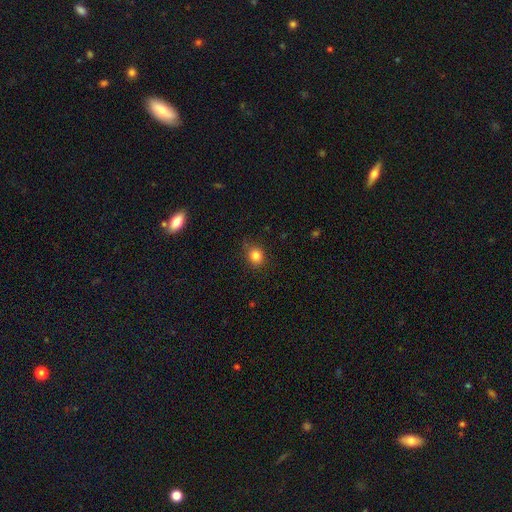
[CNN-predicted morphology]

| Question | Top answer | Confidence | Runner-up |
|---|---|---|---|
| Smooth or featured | smooth | 83% | star or artifact (12%) |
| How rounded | round | 76% | in between (23%) |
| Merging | none | 82% | minor disturbance (13%) |